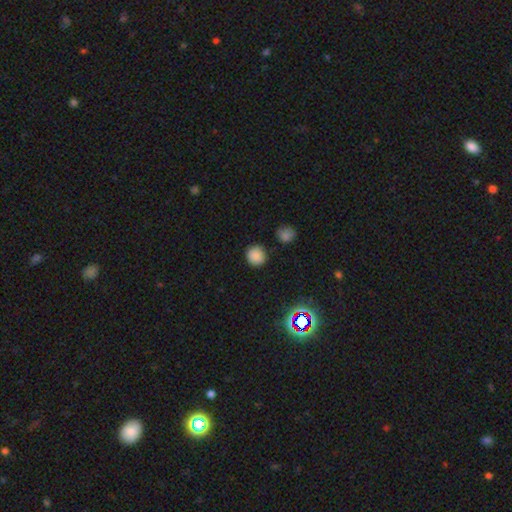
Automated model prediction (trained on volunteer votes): smooth_or_featured: smooth (p=0.83) [alt: star or artifact p=0.13]
how_rounded: round (p=0.92) [alt: in between p=0.07]
merging: none (p=0.87) [alt: minor disturbance p=0.08]